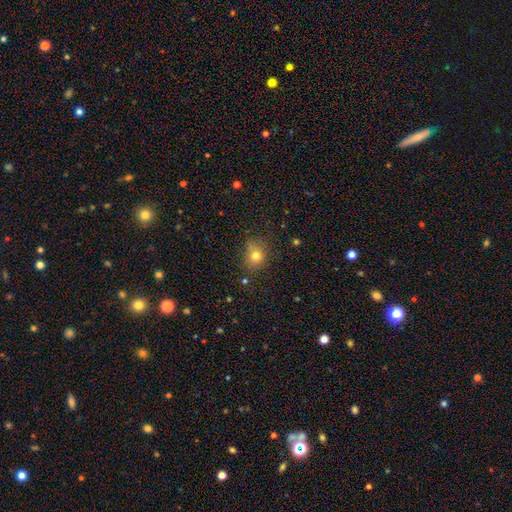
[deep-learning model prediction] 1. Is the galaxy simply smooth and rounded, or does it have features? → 74% smooth, 16% star or artifact, 10% featured or disk.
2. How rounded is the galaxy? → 62% round, 37% in between, 1% cigar-shaped.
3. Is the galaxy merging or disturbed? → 67% none, 22% minor disturbance, 8% major disturbance, 3% merger.